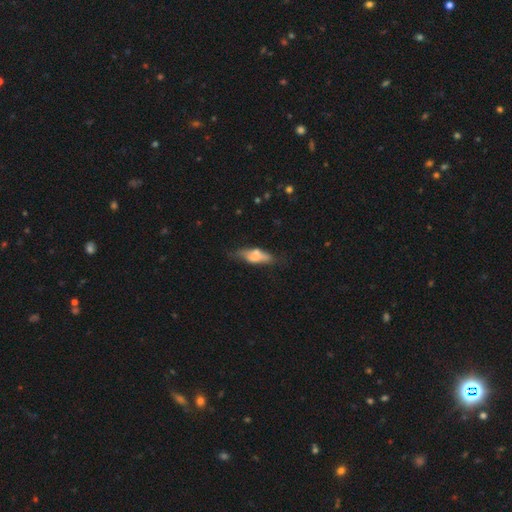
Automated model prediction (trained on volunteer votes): Smooth or featured?
  - smooth: 58% *
  - featured or disk: 34%
  - star or artifact: 8%
How rounded?
  - in between: 57% *
  - cigar-shaped: 40%
  - round: 3%
Merging?
  - none: 50% *
  - minor disturbance: 28%
  - major disturbance: 13%
  - merger: 9%